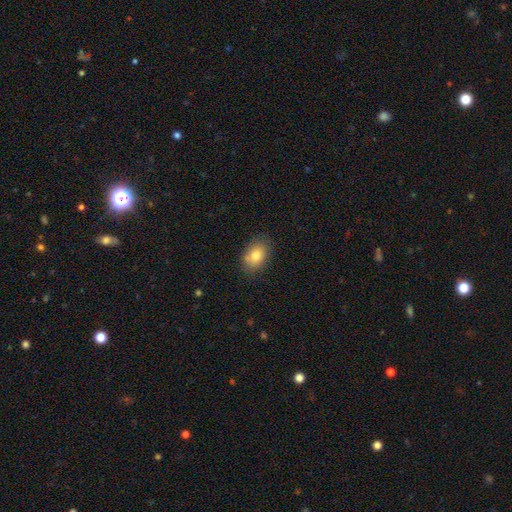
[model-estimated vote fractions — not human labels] Morphology: type=smooth (82%); roundness=in between (81%); merging=none (82%).